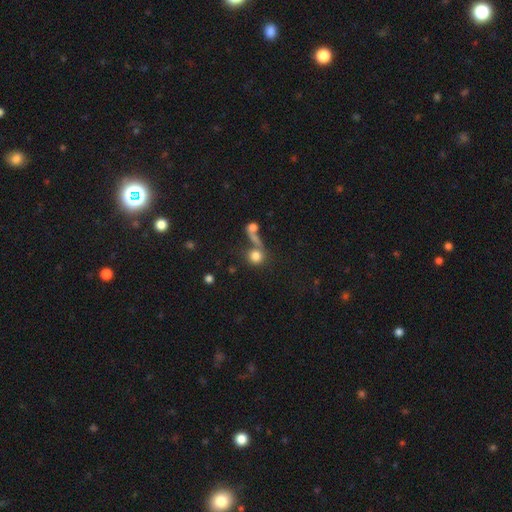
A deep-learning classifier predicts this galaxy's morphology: type=smooth (78%); roundness=round (84%); merging=none (41%).